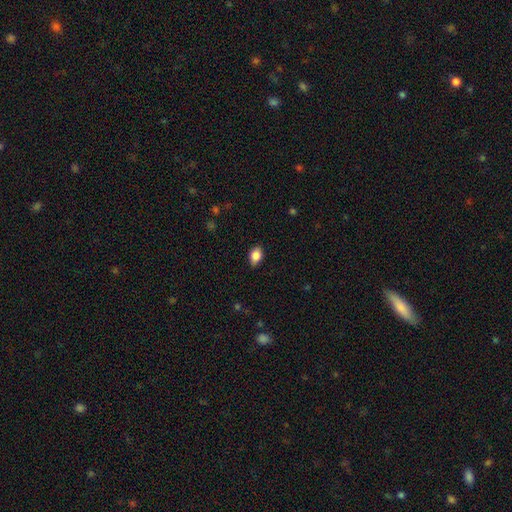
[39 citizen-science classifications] Q: Smooth or featured?
A: smooth (82%); runner-up: featured or disk (10%)
Q: How rounded?
A: in between (91%); runner-up: round (9%)
Q: Merging?
A: none (78%); runner-up: minor disturbance (19%)